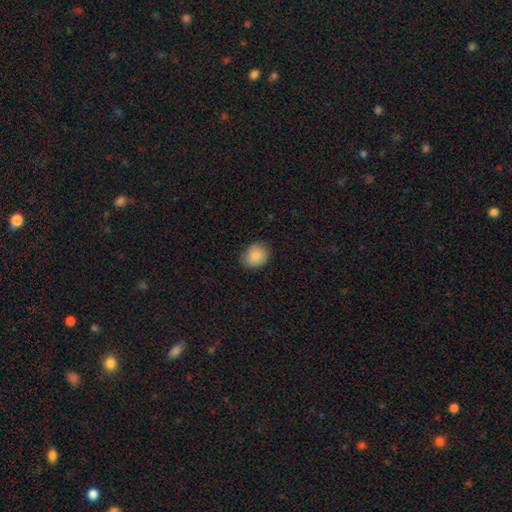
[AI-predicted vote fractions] A smooth galaxy with no disk features (87%) that is round (62%). Merging: none (80%).